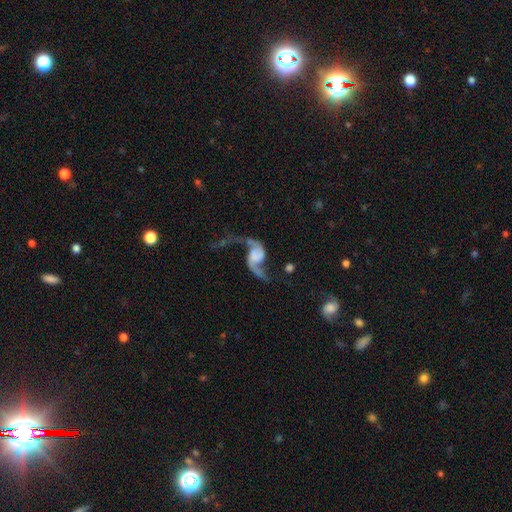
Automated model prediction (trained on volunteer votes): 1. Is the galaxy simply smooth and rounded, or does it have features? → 88% featured or disk, 7% smooth, 5% star or artifact.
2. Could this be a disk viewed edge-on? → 97% no, 3% yes.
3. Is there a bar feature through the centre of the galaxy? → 55% no, 31% weak, 13% strong.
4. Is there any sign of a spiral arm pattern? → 95% yes, 5% no.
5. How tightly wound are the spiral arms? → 88% loose, 9% medium, 3% tight.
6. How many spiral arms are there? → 93% 2, 3% 1, 1% can't tell, 1% 3, 1% 4, 1% more than 4.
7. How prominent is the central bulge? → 56% none, 15% small, 12% large, 11% moderate, 5% dominant.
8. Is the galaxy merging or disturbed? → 50% none, 25% major disturbance, 16% minor disturbance, 9% merger.